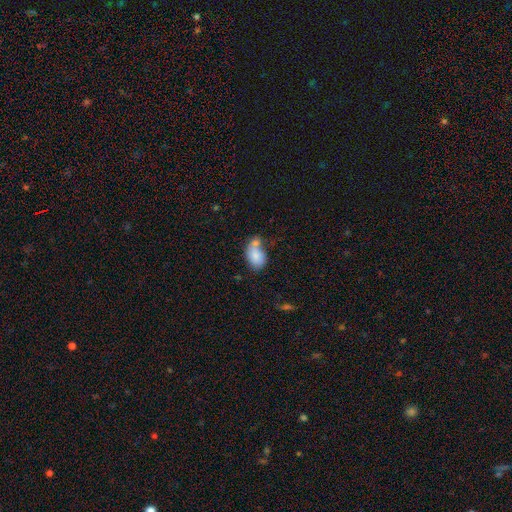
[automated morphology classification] A smooth galaxy with no disk features (78%) that is in between round and cigar-shaped (84%). Merging: merger (43%).